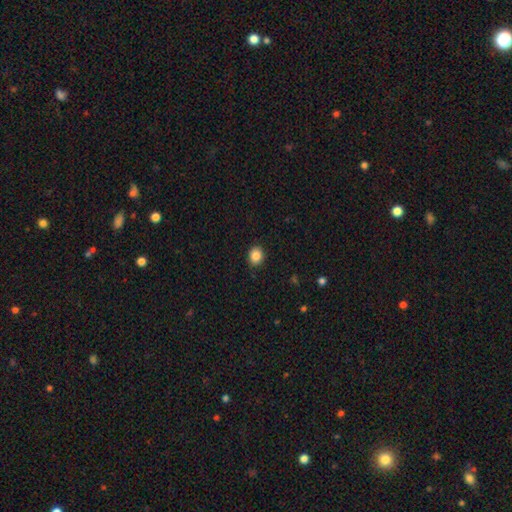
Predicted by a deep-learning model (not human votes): Smooth or featured? smooth (86%)
How rounded? round (57%)
Merging? none (90%)